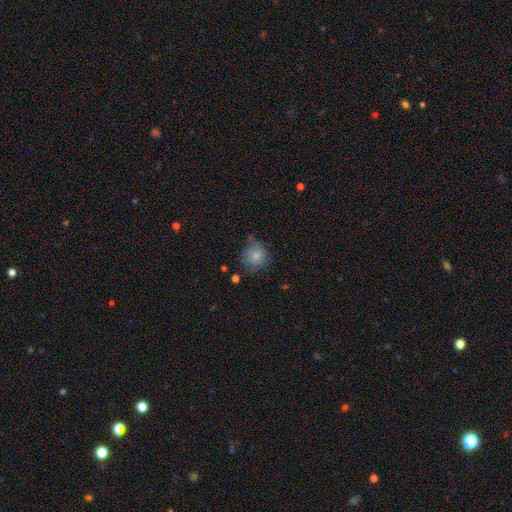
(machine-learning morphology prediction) Smooth or featured? Predicted: smooth (p=0.80). How rounded? Predicted: round (p=0.84). Merging? Predicted: none (p=0.61).